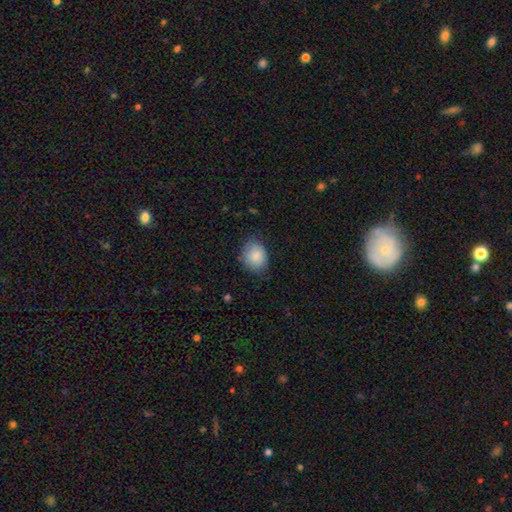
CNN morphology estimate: type=smooth (86%); roundness=in between (53%); merging=none (73%).